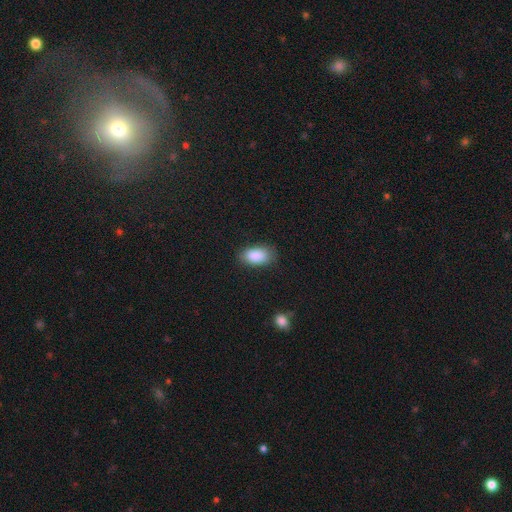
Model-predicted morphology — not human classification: This appears to be a smooth galaxy with no disk features (88%) that is in between round and cigar-shaped (93%). Merging: none (81%).